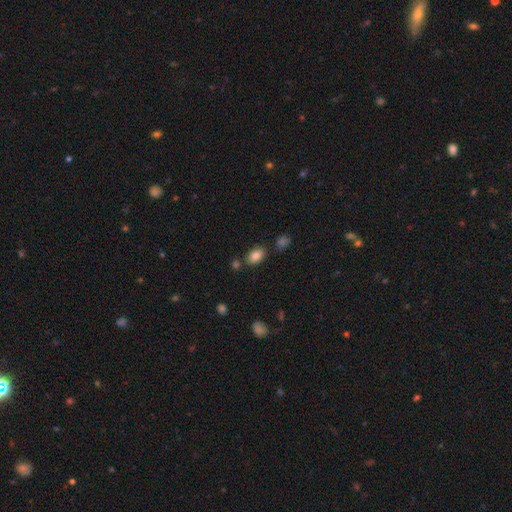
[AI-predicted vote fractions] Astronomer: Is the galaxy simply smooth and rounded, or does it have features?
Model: smooth — 85%.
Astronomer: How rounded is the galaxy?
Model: in between — 87%.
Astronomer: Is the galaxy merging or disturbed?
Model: none — 74%.